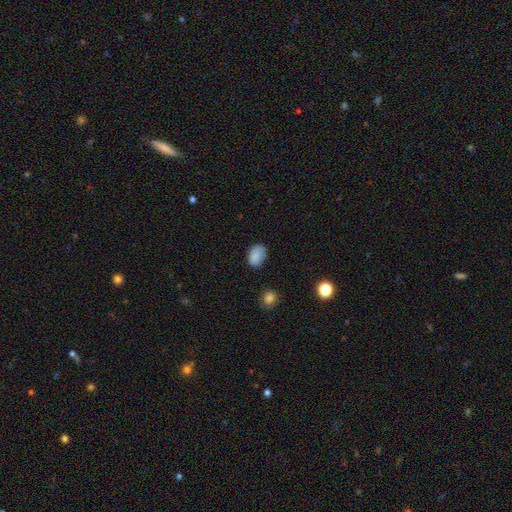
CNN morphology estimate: Overall: smooth (86%). How rounded: in between (78%). Merging: none (71%).